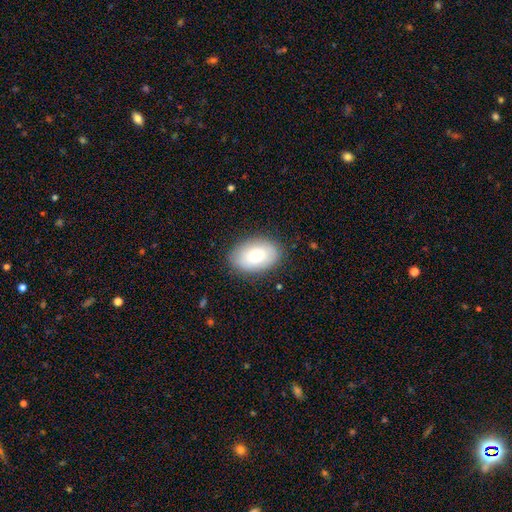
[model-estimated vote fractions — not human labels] This is likely a smooth galaxy (75%). How rounded: clearly in between (87%). Merging: clearly none (85%).